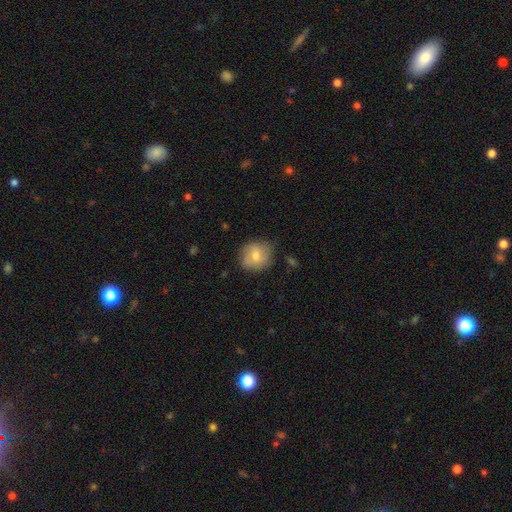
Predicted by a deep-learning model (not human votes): Morphology: type=smooth (71%); roundness=round (79%); merging=none (74%).